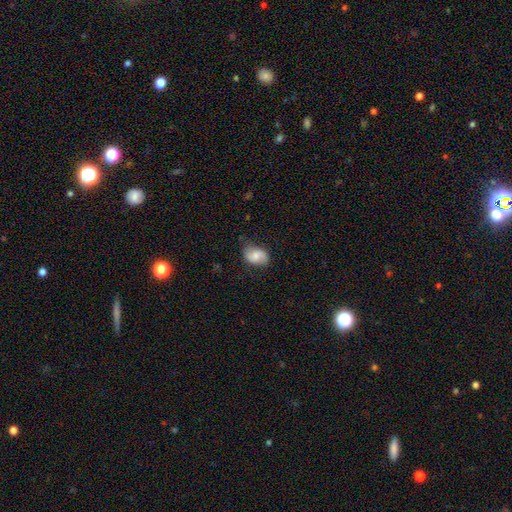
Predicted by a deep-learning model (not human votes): Smooth or featured: smooth — 60% (featured or disk — 32%)
How rounded: in between — 79% (round — 19%)
Merging: none — 70% (minor disturbance — 23%)